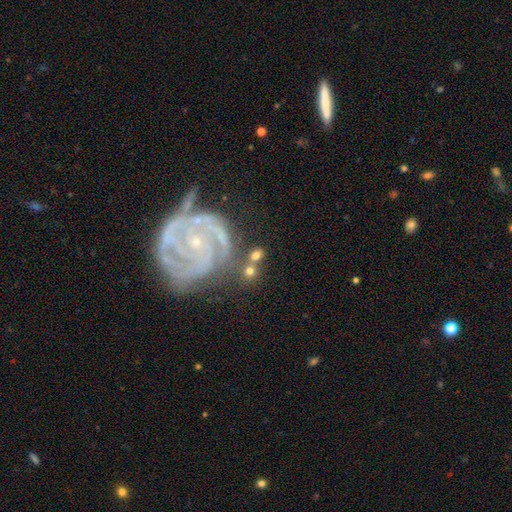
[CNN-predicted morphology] The model was most divided on "how rounded": round: 54%, in between: 43%, cigar-shaped: 3%. More confident: merging — none (61%); smooth or featured — smooth (53%).